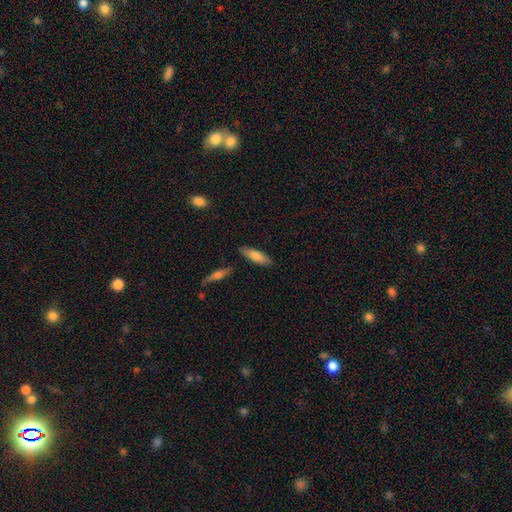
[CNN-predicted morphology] smooth_or_featured: smooth (p=0.78) [alt: featured or disk p=0.16]
how_rounded: in between (p=0.53) [alt: cigar-shaped p=0.45]
merging: none (p=0.84) [alt: minor disturbance p=0.10]